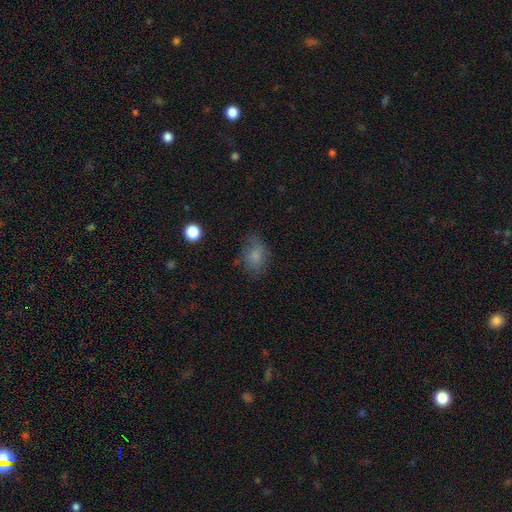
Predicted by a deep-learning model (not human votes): Smooth or featured?
  - smooth: 77% *
  - featured or disk: 12%
  - star or artifact: 11%
How rounded?
  - in between: 71% *
  - round: 27%
  - cigar-shaped: 1%
Merging?
  - none: 63% *
  - minor disturbance: 24%
  - major disturbance: 10%
  - merger: 2%